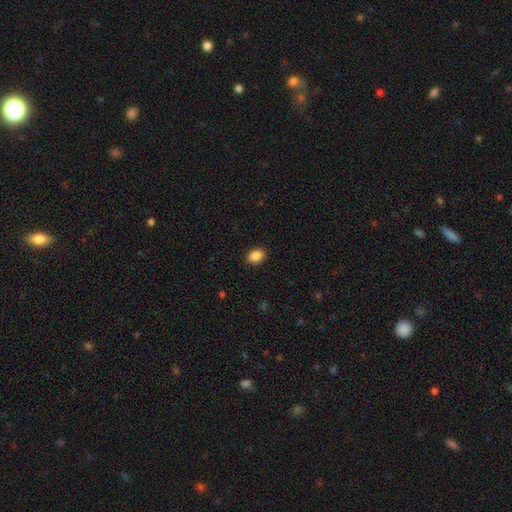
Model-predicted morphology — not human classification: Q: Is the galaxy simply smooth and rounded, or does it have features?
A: smooth — 89%.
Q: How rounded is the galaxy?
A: in between — 78%.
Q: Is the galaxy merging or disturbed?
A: none — 89%.